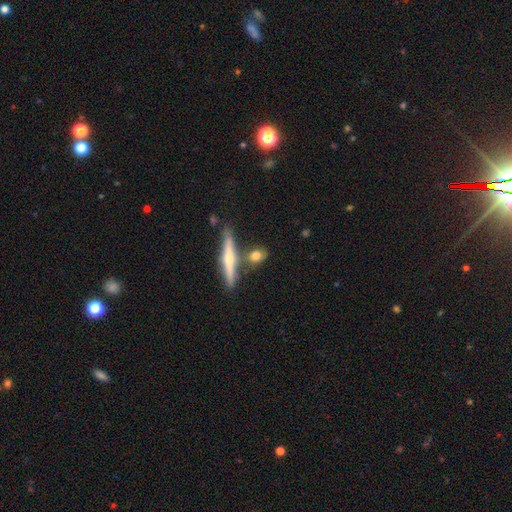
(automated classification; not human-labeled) Smooth or featured: smooth — 65% (featured or disk — 27%)
How rounded: round — 37% (in between — 32%)
Merging: none — 67% (merger — 15%)